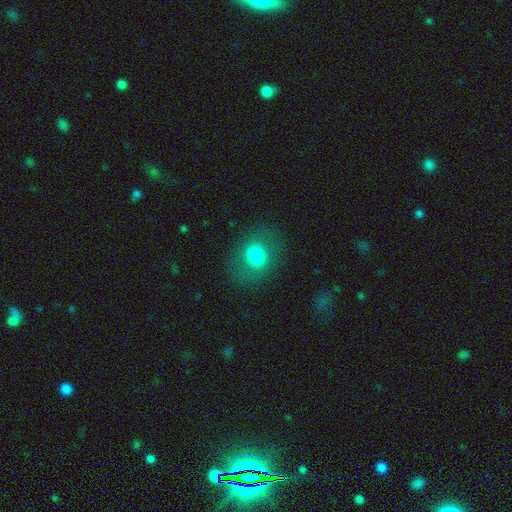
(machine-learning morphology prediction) smooth-or-featured: smooth: 77% | featured or disk: 13% | star or artifact: 10%
  how-rounded: round: 54% | in between: 45% | cigar-shaped: 1%
  merging: none: 80% | minor disturbance: 12% | major disturbance: 6% | merger: 1%